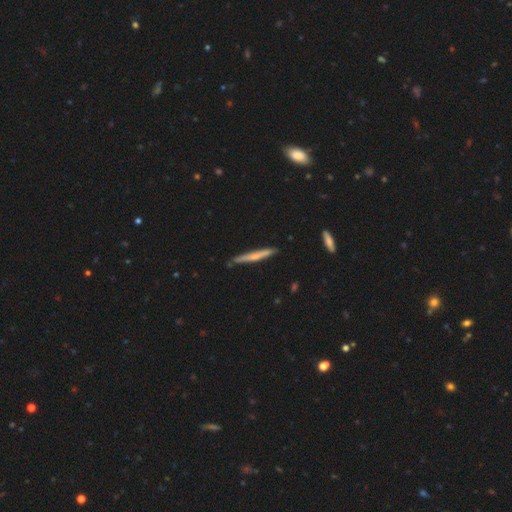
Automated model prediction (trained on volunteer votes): Smooth or featured: smooth — 55% (featured or disk — 40%)
How rounded: cigar-shaped — 96% (in between — 2%)
Merging: none — 84% (minor disturbance — 13%)